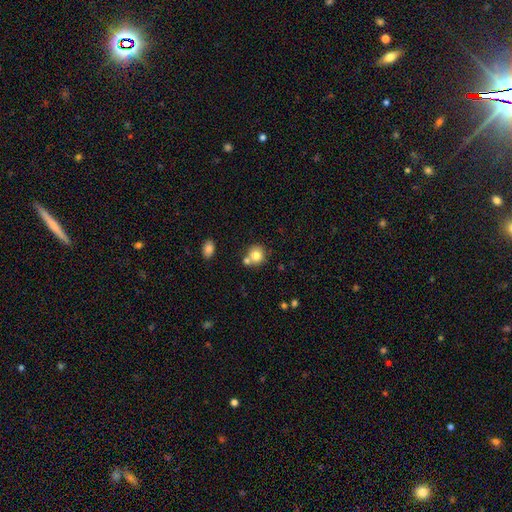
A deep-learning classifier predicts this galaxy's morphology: The model was most divided on "merging": none: 58%, merger: 30%, minor disturbance: 10%, major disturbance: 3%. More confident: how rounded — round (86%); smooth or featured — smooth (79%).